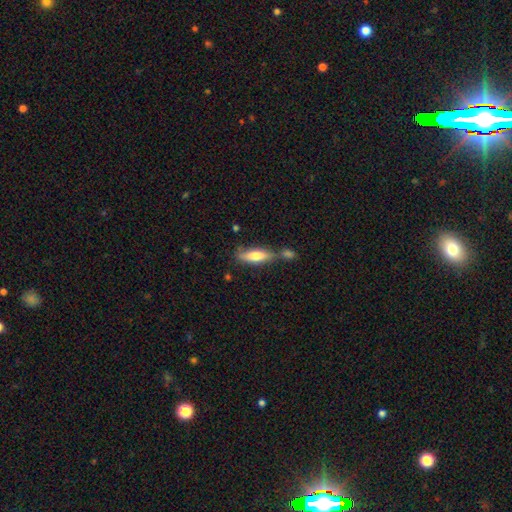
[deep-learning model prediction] Morphology: type=smooth (63%); roundness=cigar-shaped (51%); merging=none (54%).